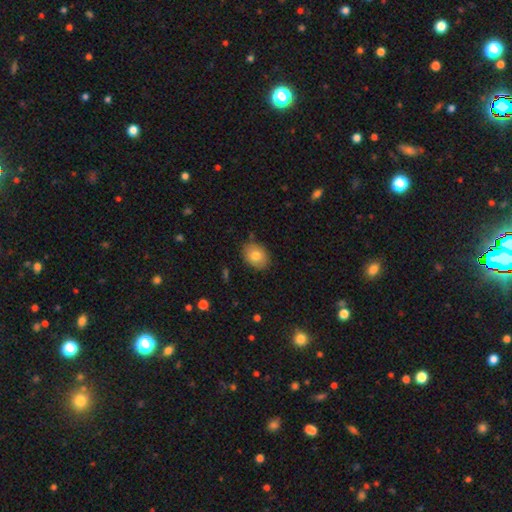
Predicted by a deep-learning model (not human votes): Overall: smooth (76%). How rounded: in between (59%; round 41%). Merging: none (85%).